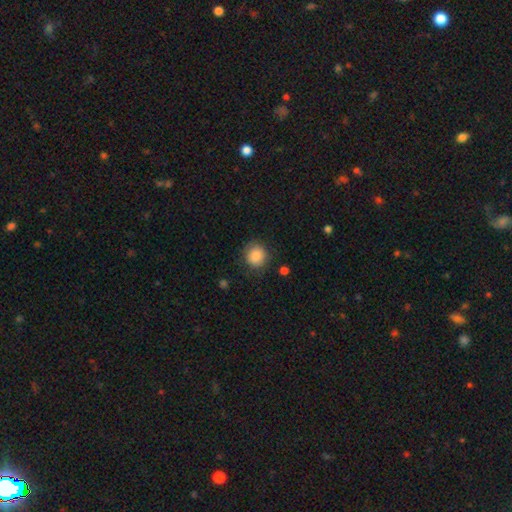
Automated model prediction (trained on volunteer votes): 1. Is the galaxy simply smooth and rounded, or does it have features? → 86% smooth, 9% star or artifact, 5% featured or disk.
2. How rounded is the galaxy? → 84% round, 15% in between, 1% cigar-shaped.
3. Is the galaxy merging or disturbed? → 82% none, 13% minor disturbance, 4% major disturbance, 1% merger.